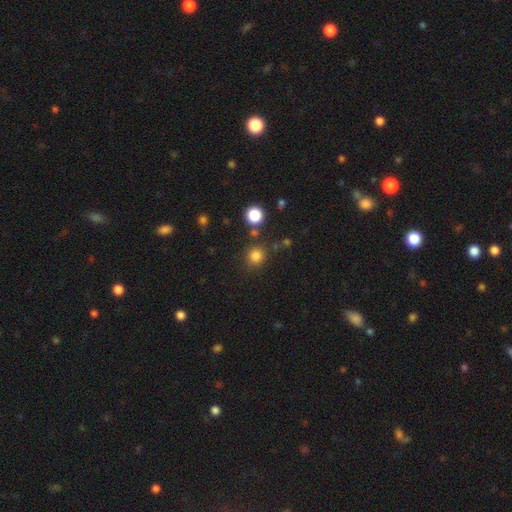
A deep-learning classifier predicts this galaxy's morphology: Overall: smooth (81%). How rounded: round (87%). Merging: none (81%).